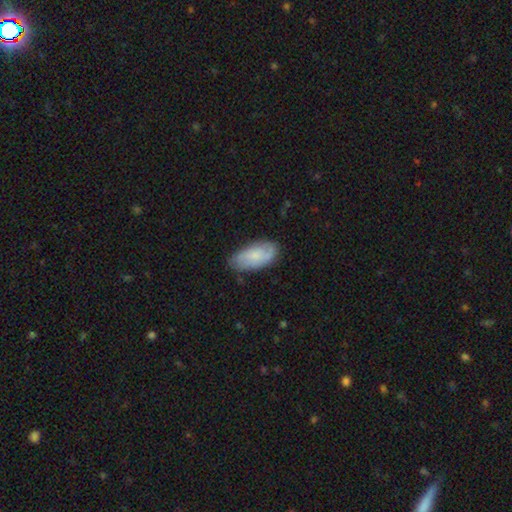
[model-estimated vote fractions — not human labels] Q: Smooth or featured?
A: smooth (62%); runner-up: featured or disk (31%)
Q: How rounded?
A: in between (92%); runner-up: cigar-shaped (5%)
Q: Merging?
A: none (73%); runner-up: minor disturbance (21%)